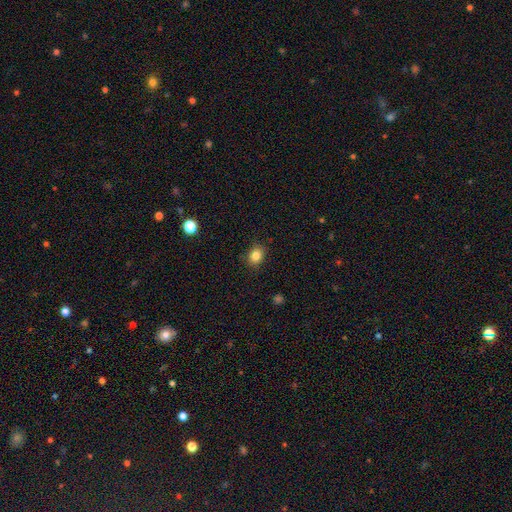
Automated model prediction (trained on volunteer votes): Smooth or featured? smooth (84%)
How rounded? round (52%)
Merging? none (86%)